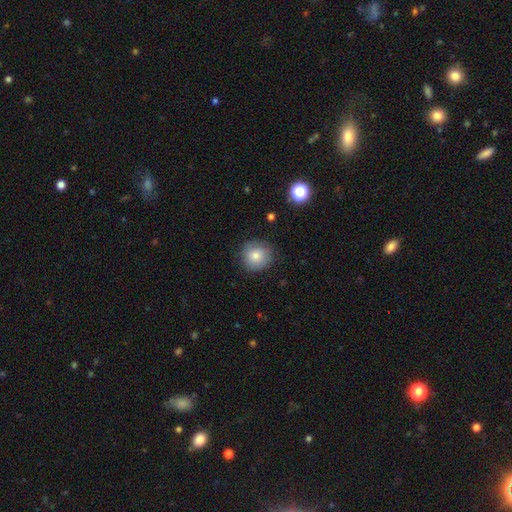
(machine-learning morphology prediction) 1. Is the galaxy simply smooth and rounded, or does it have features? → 80% smooth, 10% featured or disk, 10% star or artifact.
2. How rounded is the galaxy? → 92% round, 7% in between, 1% cigar-shaped.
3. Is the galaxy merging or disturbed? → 85% none, 11% minor disturbance, 3% major disturbance, 1% merger.